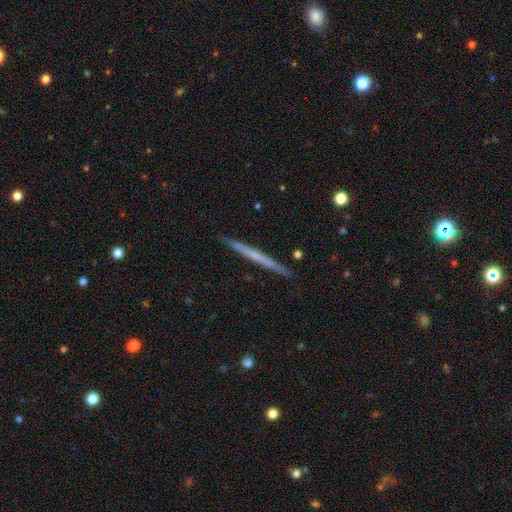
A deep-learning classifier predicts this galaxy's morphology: Q: Smooth or featured?
A: featured or disk (55%); runner-up: smooth (39%)
Q: Edge-on disk?
A: yes (98%); runner-up: no (2%)
Q: Edge-on bulge?
A: none (86%); runner-up: rounded (11%)
Q: Merging?
A: none (92%); runner-up: minor disturbance (6%)